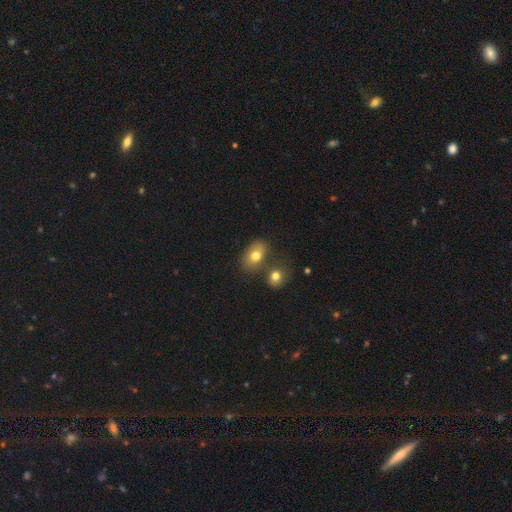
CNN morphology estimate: A smooth galaxy with no disk features (75%) that is in between round and cigar-shaped (81%).

Vote fractions:
- Smooth or featured? smooth: 75% / featured or disk: 15% / star or artifact: 10%
- How rounded? in between: 81% / round: 17% / cigar-shaped: 2%
- Merging? none: 60% / merger: 23% / minor disturbance: 13% / major disturbance: 4%